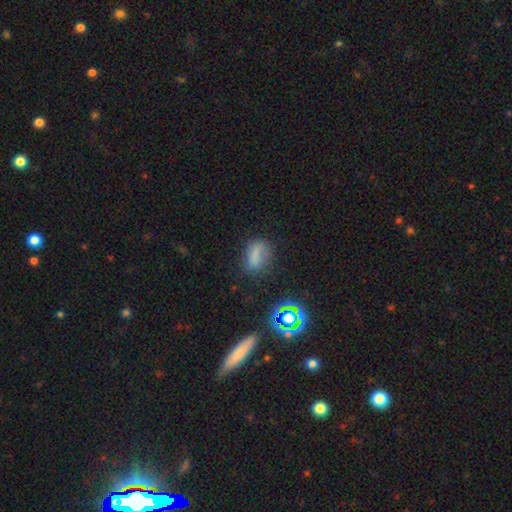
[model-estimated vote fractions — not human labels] Smooth or featured? smooth (67%)
How rounded? in between (76%)
Merging? none (56%)